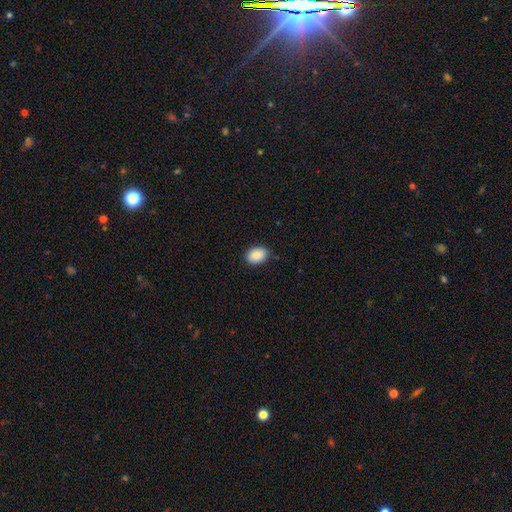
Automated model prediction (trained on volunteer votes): Smooth or featured? Predicted: smooth (p=0.89). How rounded? Predicted: in between (p=0.81). Merging? Predicted: none (p=0.87).